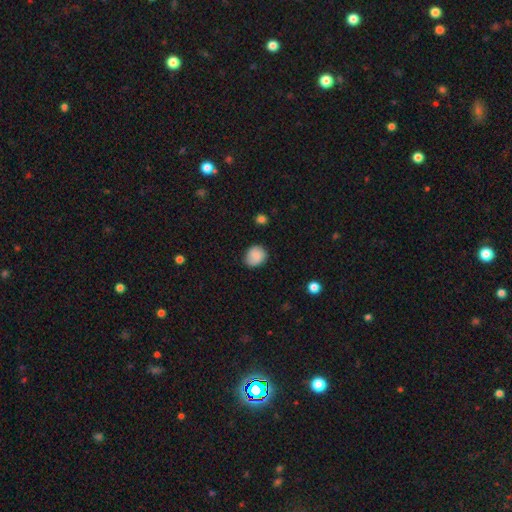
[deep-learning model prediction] smooth-or-featured: smooth: 82% | featured or disk: 10% | star or artifact: 8%
  how-rounded: round: 73% | in between: 26% | cigar-shaped: 1%
  merging: none: 78% | minor disturbance: 18% | major disturbance: 3% | merger: 1%